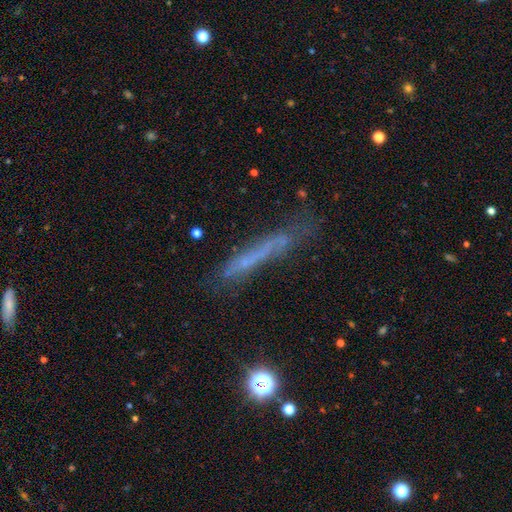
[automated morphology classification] Q: Smooth or featured?
A: smooth (46%); runner-up: featured or disk (39%)
Q: Merging?
A: none (57%); runner-up: minor disturbance (24%)